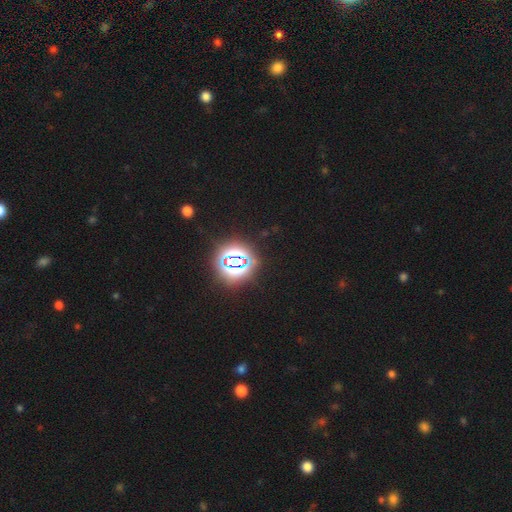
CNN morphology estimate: Smooth or featured? star or artifact (84%)